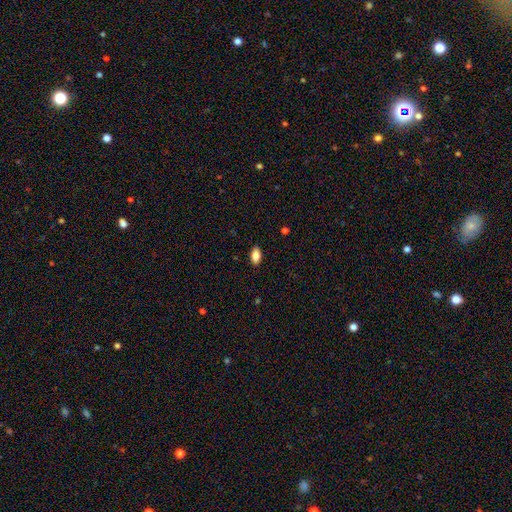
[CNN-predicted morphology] smooth_or_featured: smooth (p=0.85) [alt: star or artifact p=0.08]
how_rounded: in between (p=0.91) [alt: round p=0.05]
merging: none (p=0.89) [alt: minor disturbance p=0.08]